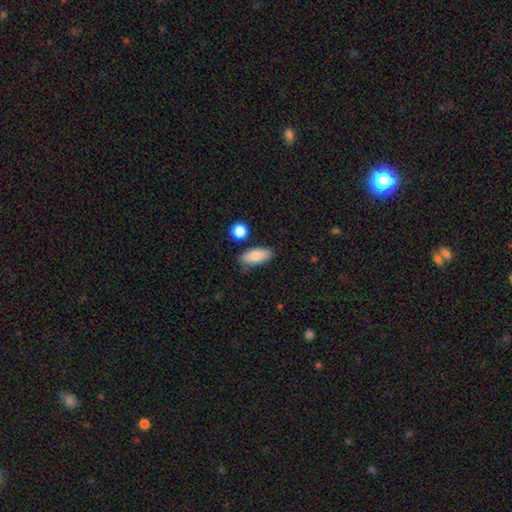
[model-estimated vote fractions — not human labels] smooth_or_featured: smooth (p=0.86) [alt: featured or disk p=0.07]
how_rounded: in between (p=0.82) [alt: cigar-shaped p=0.14]
merging: none (p=0.74) [alt: minor disturbance p=0.17]